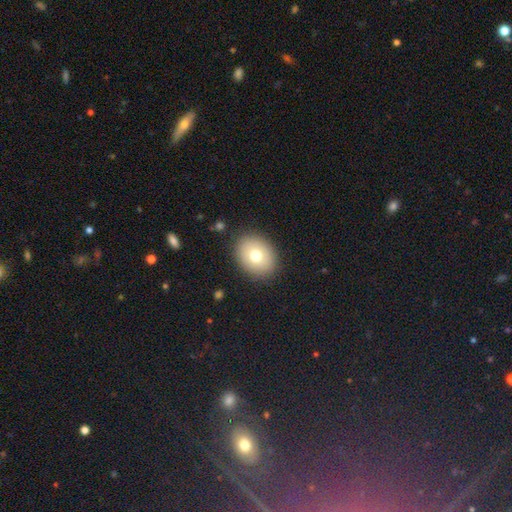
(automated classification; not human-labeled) smooth_or_featured: smooth (p=0.74) [alt: featured or disk p=0.16]
how_rounded: in between (p=0.52) [alt: round p=0.48]
merging: none (p=0.88) [alt: minor disturbance p=0.08]